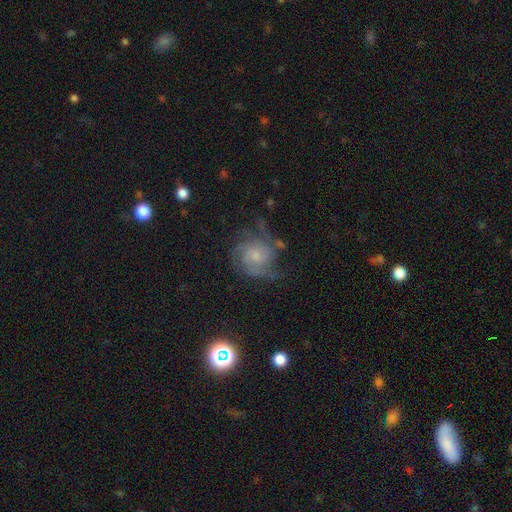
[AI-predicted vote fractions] A featured or disk galaxy (70%) with no bar (68%), tight (49%) spiral arms (90%) and a small central bulge (50%).

Vote fractions:
- Smooth or featured? featured or disk: 70% / smooth: 20% / star or artifact: 10%
- Edge-on disk? no: 98% / yes: 2%
- Bar? no: 68% / weak: 28% / strong: 4%
- Spiral arms? yes: 90% / no: 10%
- Spiral winding? tight: 49% / medium: 38% / loose: 13%
- Spiral arm count? can't tell: 35% / 2: 25% / 3: 23% / 4: 7% / 1: 6% / more than 4: 5%
- Bulge size? small: 50% / moderate: 34% / none: 11% / large: 4% / dominant: 1%
- Merging? none: 56% / minor disturbance: 22% / major disturbance: 18% / merger: 3%